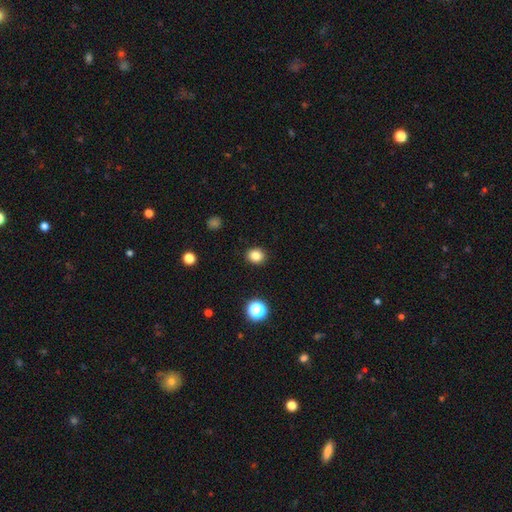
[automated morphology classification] Smooth or featured?
  - smooth: 83% *
  - star or artifact: 12%
  - featured or disk: 5%
How rounded?
  - round: 67% *
  - in between: 32%
  - cigar-shaped: 1%
Merging?
  - none: 91% *
  - minor disturbance: 6%
  - major disturbance: 2%
  - merger: 1%